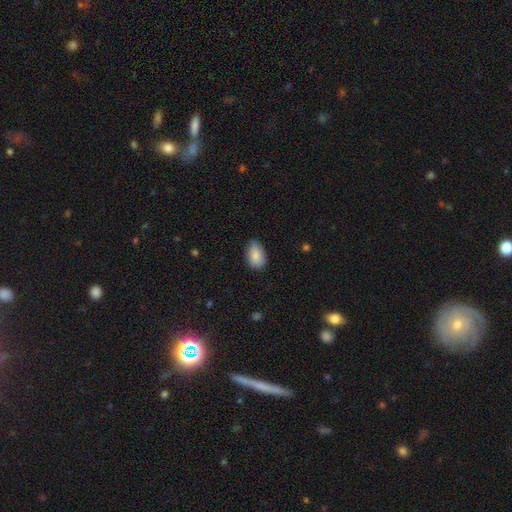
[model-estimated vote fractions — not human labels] A smooth galaxy with no disk features (86%) that is in between round and cigar-shaped (89%).

Vote fractions:
- Smooth or featured? smooth: 86% / featured or disk: 7% / star or artifact: 7%
- How rounded? in between: 89% / round: 9% / cigar-shaped: 1%
- Merging? none: 72% / minor disturbance: 23% / major disturbance: 3% / merger: 1%